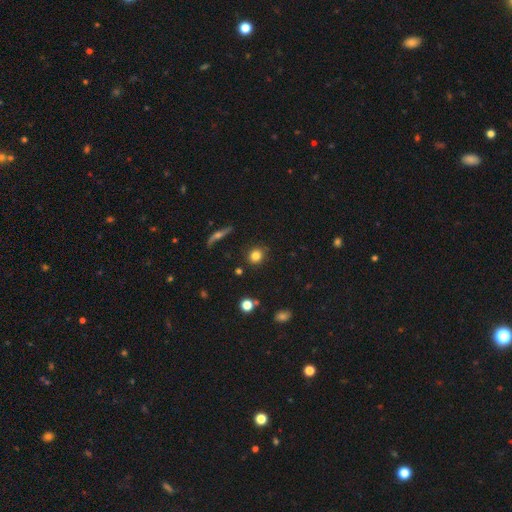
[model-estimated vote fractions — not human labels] Q: Smooth or featured?
A: smooth (81%); runner-up: star or artifact (11%)
Q: How rounded?
A: round (87%); runner-up: in between (11%)
Q: Merging?
A: none (87%); runner-up: minor disturbance (8%)